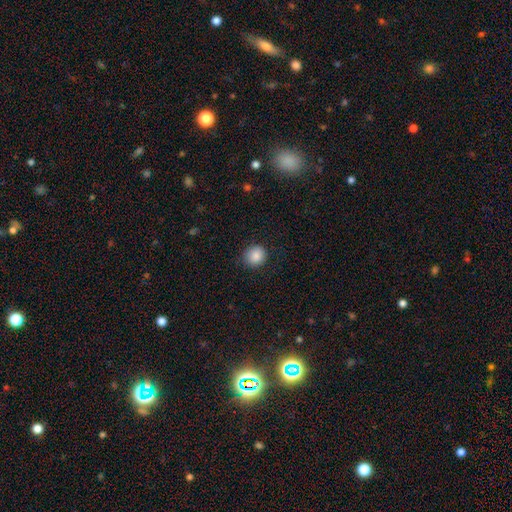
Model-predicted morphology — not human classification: Smooth or featured?
  - smooth: 87% *
  - star or artifact: 9%
  - featured or disk: 4%
How rounded?
  - round: 84% *
  - in between: 15%
  - cigar-shaped: 1%
Merging?
  - none: 84% *
  - minor disturbance: 12%
  - major disturbance: 3%
  - merger: 1%